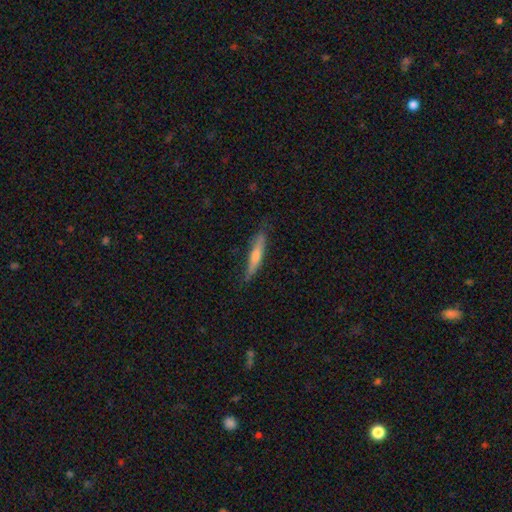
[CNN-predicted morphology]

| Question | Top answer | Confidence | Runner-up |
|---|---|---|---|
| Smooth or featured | featured or disk | 50% | smooth (44%) |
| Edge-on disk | yes | 91% | no (9%) |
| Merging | none | 80% | minor disturbance (16%) |